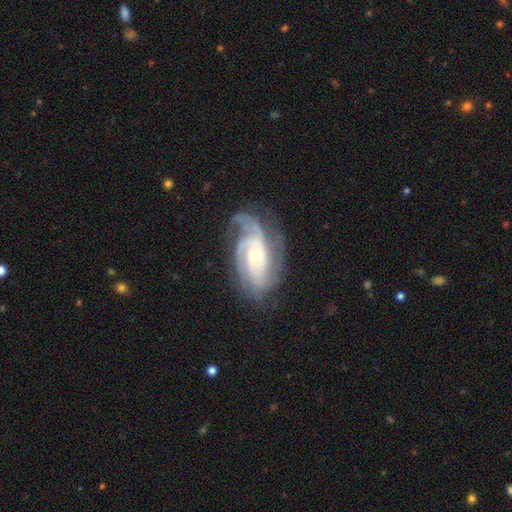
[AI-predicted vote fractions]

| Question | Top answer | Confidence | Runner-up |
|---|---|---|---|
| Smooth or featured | featured or disk | 89% | smooth (6%) |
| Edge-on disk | no | 96% | yes (4%) |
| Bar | no | 63% | weak (28%) |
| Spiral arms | yes | 98% | no (2%) |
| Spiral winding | tight | 59% | medium (34%) |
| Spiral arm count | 3 | 37% | 4 (20%) |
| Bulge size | small | 47% | moderate (41%) |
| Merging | none | 70% | minor disturbance (19%) |